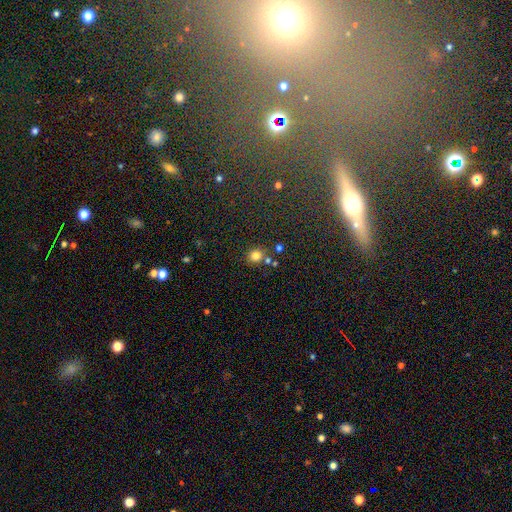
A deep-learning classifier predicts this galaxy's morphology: Smooth or featured: smooth — 81% (star or artifact — 14%)
How rounded: round — 80% (in between — 19%)
Merging: none — 75% (merger — 12%)